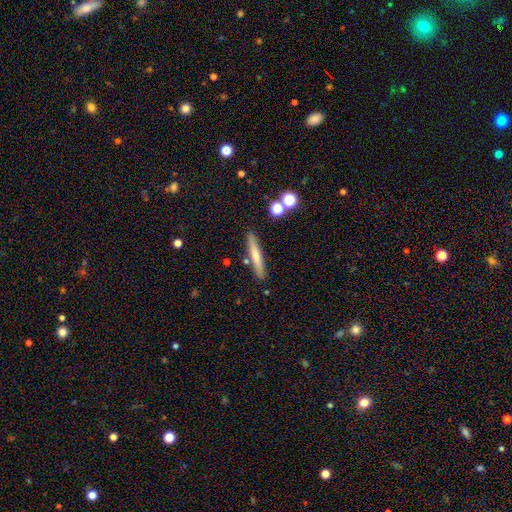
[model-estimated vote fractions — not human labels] smooth_or_featured: smooth (p=0.62) [alt: featured or disk p=0.30]
how_rounded: cigar-shaped (p=0.94) [alt: in between p=0.05]
merging: none (p=0.83) [alt: minor disturbance p=0.10]